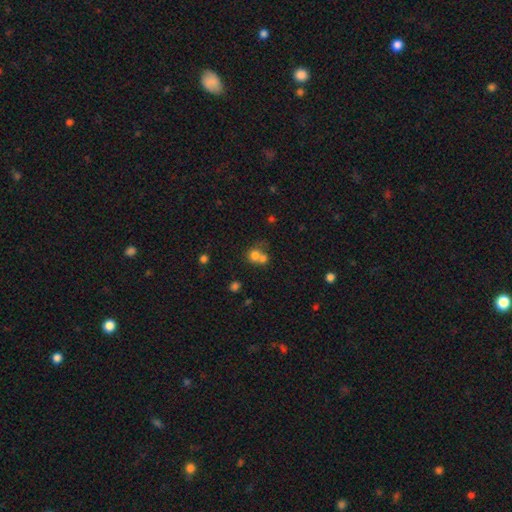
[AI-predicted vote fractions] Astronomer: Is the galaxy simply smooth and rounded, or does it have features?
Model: smooth — 72%.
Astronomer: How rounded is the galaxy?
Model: round — 78%.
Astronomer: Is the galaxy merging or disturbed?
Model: merger — 59%.